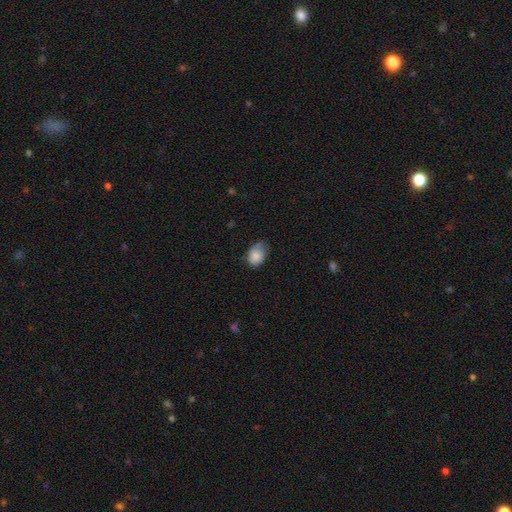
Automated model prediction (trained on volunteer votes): Smooth or featured? smooth (84%)
How rounded? in between (73%)
Merging? none (54%)